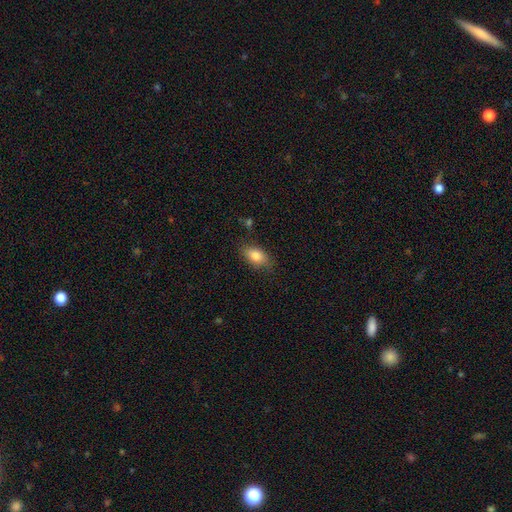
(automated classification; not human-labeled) The model was most divided on "merging": none: 78%, minor disturbance: 16%, major disturbance: 4%, merger: 2%. More confident: how rounded — in between (88%); smooth or featured — smooth (82%).